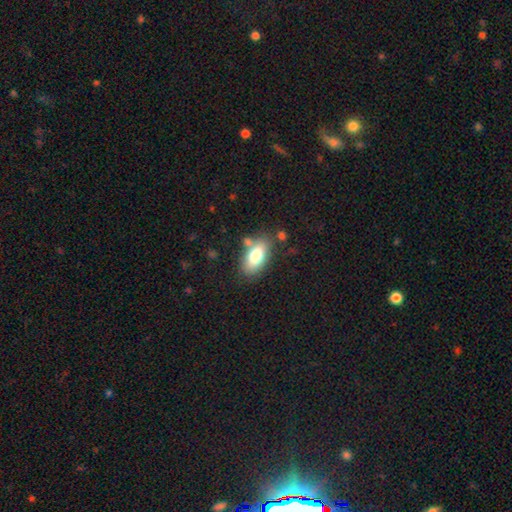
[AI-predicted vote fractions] This appears to be a smooth galaxy with no disk features (76%) that is in between round and cigar-shaped (89%). Merging: none (71%).